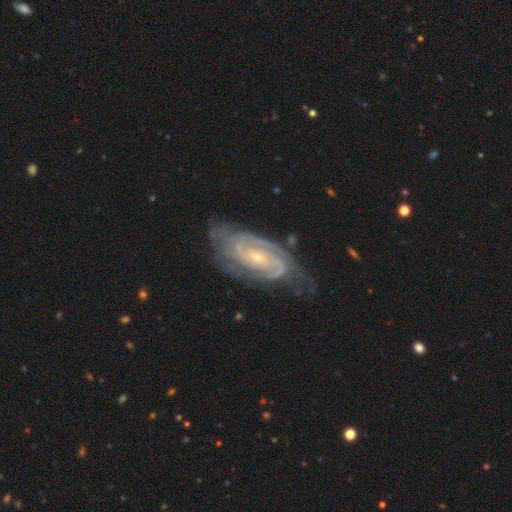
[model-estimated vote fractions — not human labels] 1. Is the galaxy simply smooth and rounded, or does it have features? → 85% featured or disk, 7% star or artifact, 7% smooth.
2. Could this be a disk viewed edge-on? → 94% no, 6% yes.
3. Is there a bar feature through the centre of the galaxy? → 43% no (tied), 43% weak (tied), 14% strong.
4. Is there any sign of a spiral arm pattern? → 96% yes, 4% no.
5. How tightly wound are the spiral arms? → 63% tight, 30% medium, 6% loose.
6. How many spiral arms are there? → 51% 2, 22% can't tell, 13% 3, 5% 4, 4% 1, 4% more than 4.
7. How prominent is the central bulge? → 65% small, 30% moderate, 3% none, 1% large, 1% dominant.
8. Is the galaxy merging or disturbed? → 73% none, 18% minor disturbance, 7% major disturbance, 2% merger.